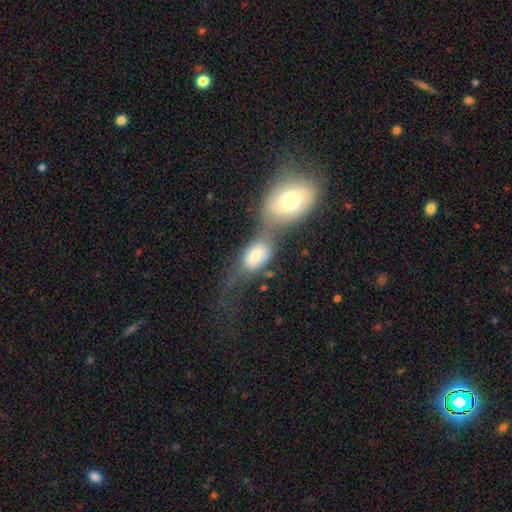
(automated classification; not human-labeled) This appears to be a smooth galaxy with no disk features (71%) that is in between round and cigar-shaped (87%). Merging: merger (66%).